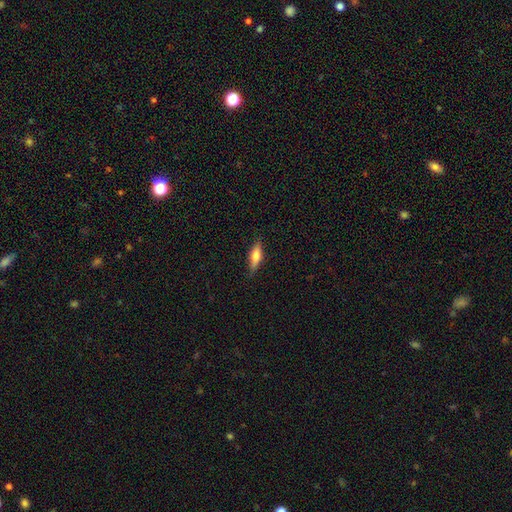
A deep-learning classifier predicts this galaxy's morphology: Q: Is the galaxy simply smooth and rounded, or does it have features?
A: smooth — 62%.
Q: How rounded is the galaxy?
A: in between — 50%.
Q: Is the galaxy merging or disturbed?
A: none — 83%.